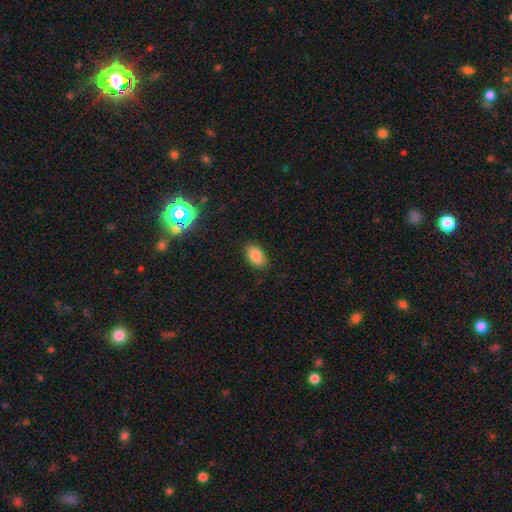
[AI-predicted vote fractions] Q: Smooth or featured?
A: smooth (84%); runner-up: star or artifact (9%)
Q: How rounded?
A: in between (89%); runner-up: round (9%)
Q: Merging?
A: none (86%); runner-up: minor disturbance (10%)